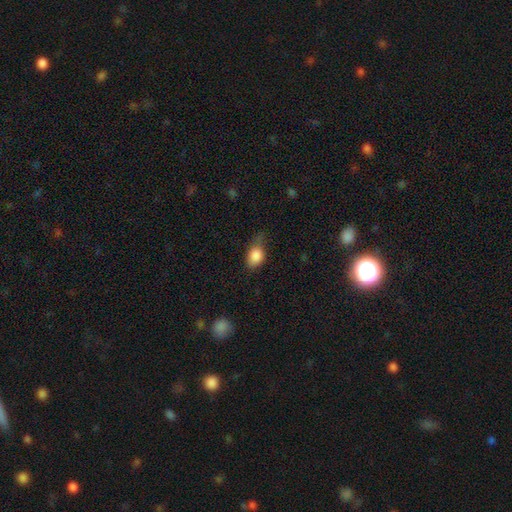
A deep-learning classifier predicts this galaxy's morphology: smooth_or_featured: smooth (p=0.85) [alt: star or artifact p=0.08]
how_rounded: in between (p=0.73) [alt: round p=0.25]
merging: none (p=0.46) [alt: minor disturbance p=0.39]